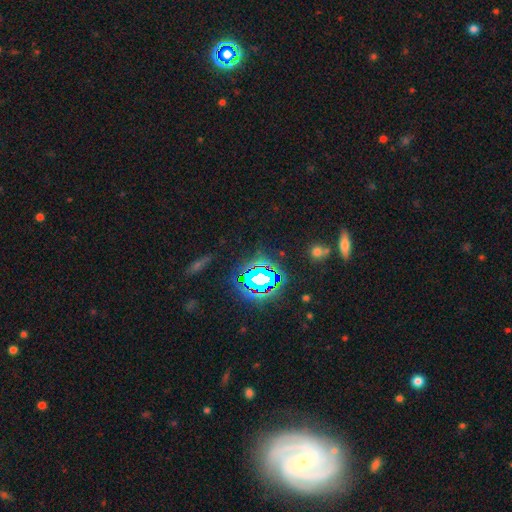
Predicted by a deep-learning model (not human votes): The model was most divided on "smooth or featured": star or artifact: 43%, featured or disk: 37%, smooth: 20%.